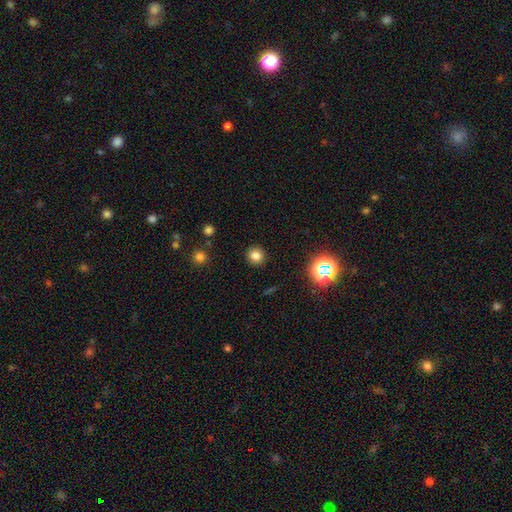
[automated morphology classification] smooth_or_featured: smooth (p=0.79) [alt: star or artifact p=0.15]
how_rounded: round (p=0.91) [alt: in between p=0.08]
merging: none (p=0.91) [alt: minor disturbance p=0.05]